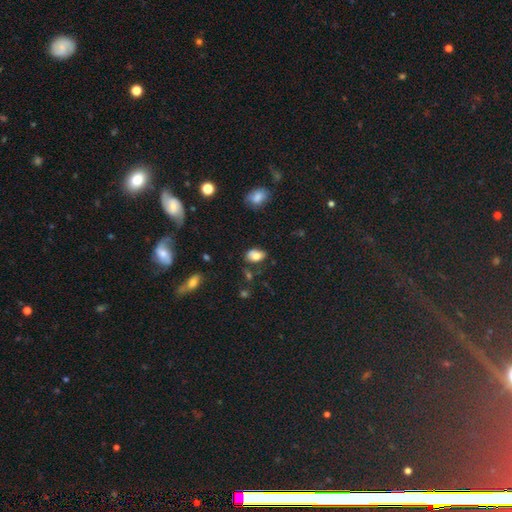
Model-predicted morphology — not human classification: Smooth or featured?
  - smooth: 77% *
  - featured or disk: 14%
  - star or artifact: 9%
How rounded?
  - in between: 87% *
  - round: 11%
  - cigar-shaped: 2%
Merging?
  - none: 65% *
  - minor disturbance: 22%
  - merger: 7%
  - major disturbance: 6%